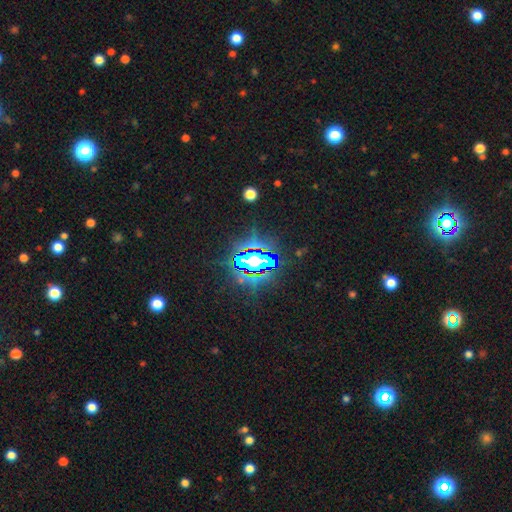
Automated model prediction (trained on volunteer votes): Morphology: type=star or artifact (73%).